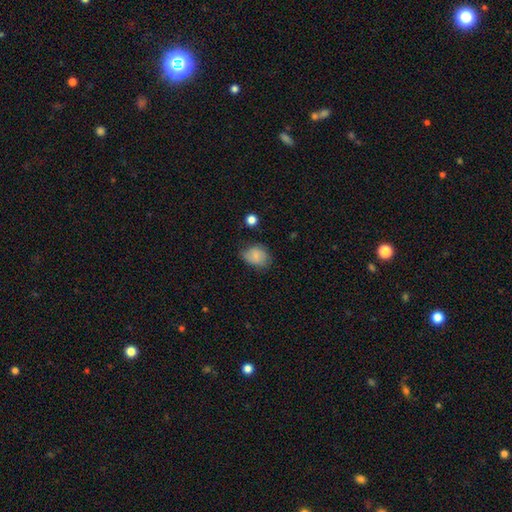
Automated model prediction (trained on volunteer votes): A smooth galaxy with no disk features (78%) that is in between round and cigar-shaped (66%).

Vote fractions:
- Smooth or featured? smooth: 78% / featured or disk: 14% / star or artifact: 8%
- How rounded? in between: 66% / round: 33% / cigar-shaped: 1%
- Merging? none: 62% / minor disturbance: 29% / major disturbance: 7% / merger: 2%